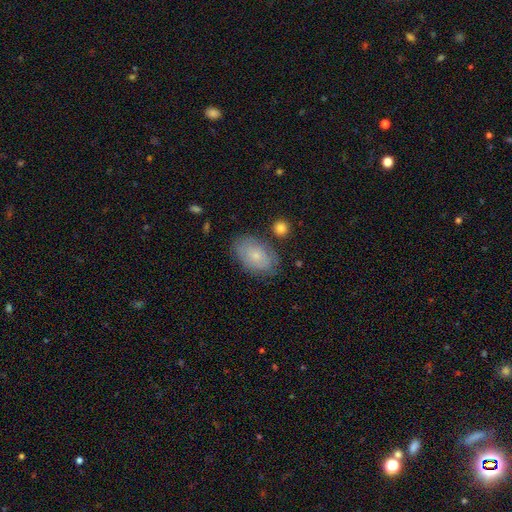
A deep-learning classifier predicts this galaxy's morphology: Smooth or featured: smooth — 65% (featured or disk — 28%)
How rounded: in between — 89% (round — 10%)
Merging: none — 73% (minor disturbance — 18%)